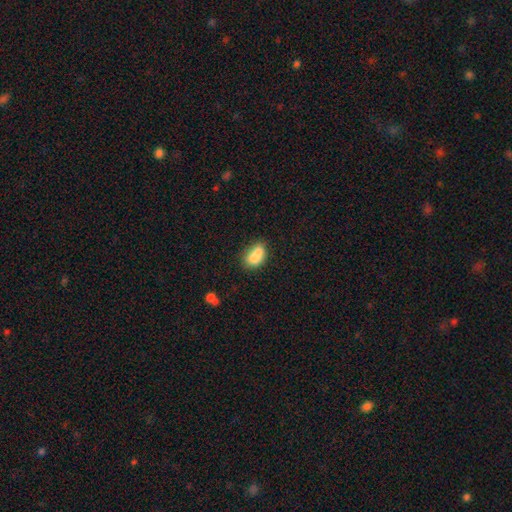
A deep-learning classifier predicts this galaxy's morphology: Overall: smooth (75%). How rounded: in between (80%). Merging: merger (44%; none 35%).